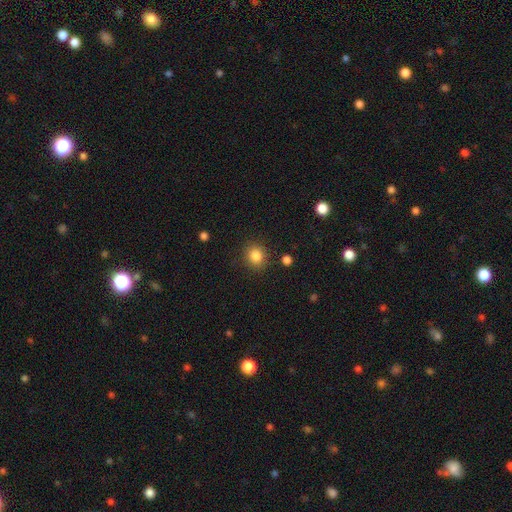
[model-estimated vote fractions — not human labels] smooth 85%, star or artifact 10%, featured or disk 5%. Down the decision tree: how rounded — round (84%); merging — none (88%).